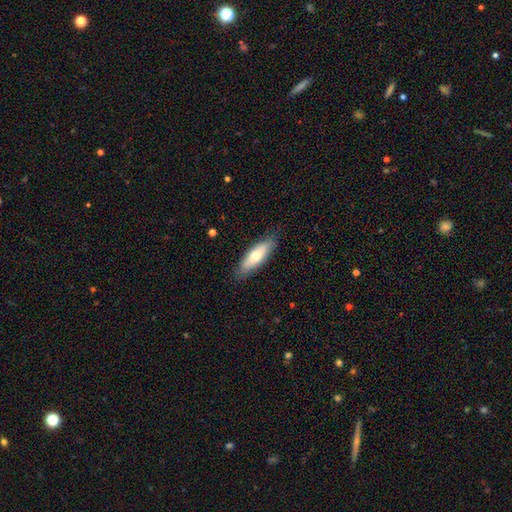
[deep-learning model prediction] Overall: smooth (64%; featured or disk 30%). How rounded: in between (55%; cigar-shaped 43%). Merging: none (84%).